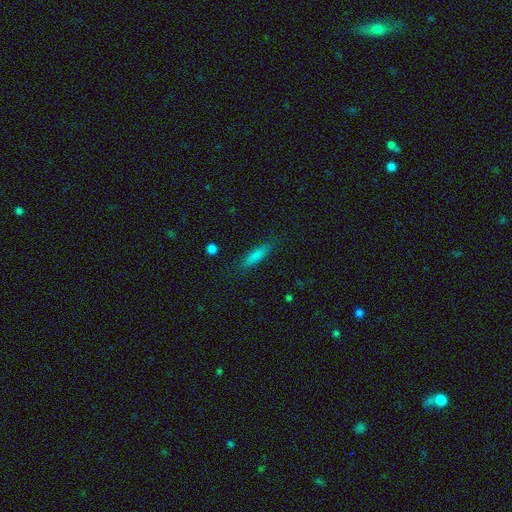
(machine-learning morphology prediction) smooth 80%, featured or disk 12%, star or artifact 8%. Down the decision tree: how rounded — cigar-shaped (73%); merging — none (84%).